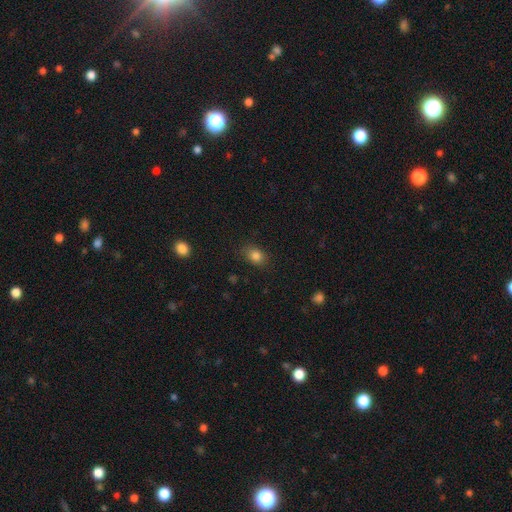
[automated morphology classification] Q: Smooth or featured?
A: smooth (83%); runner-up: star or artifact (11%)
Q: How rounded?
A: in between (67%); runner-up: round (32%)
Q: Merging?
A: none (83%); runner-up: minor disturbance (12%)